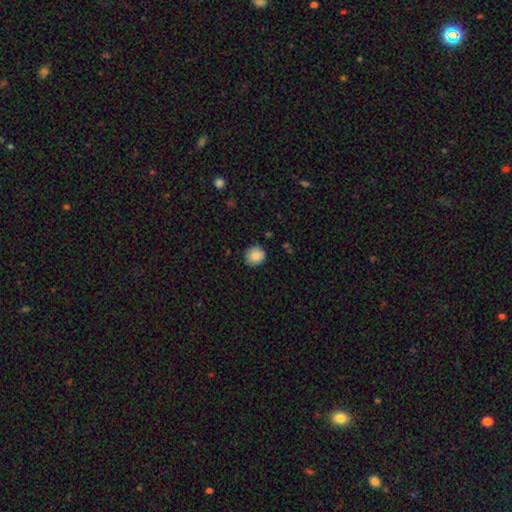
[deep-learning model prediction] smooth-or-featured: smooth: 87% | star or artifact: 8% | featured or disk: 4%
  how-rounded: round: 87% | in between: 12% | cigar-shaped: 1%
  merging: none: 87% | minor disturbance: 10% | major disturbance: 2% | merger: 1%